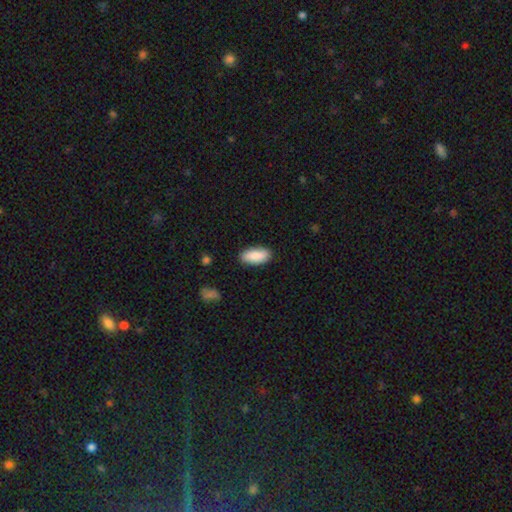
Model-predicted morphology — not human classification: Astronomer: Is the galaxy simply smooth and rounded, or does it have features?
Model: smooth — 88%.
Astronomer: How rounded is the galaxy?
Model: in between — 86%.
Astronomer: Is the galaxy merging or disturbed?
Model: none — 86%.